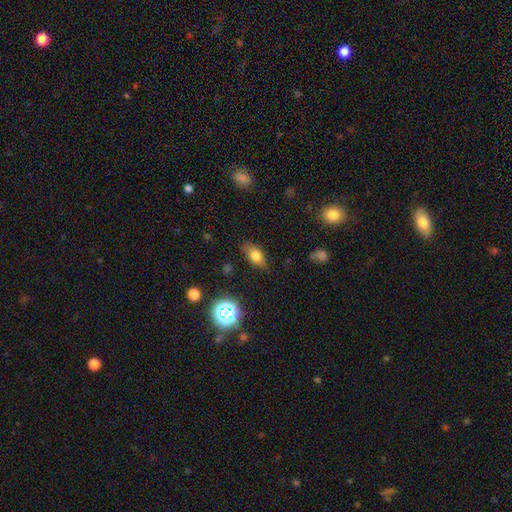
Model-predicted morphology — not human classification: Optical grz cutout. It shows a smooth galaxy with no disk features (74%) that is in between round and cigar-shaped (81%). Merging: none (80%).